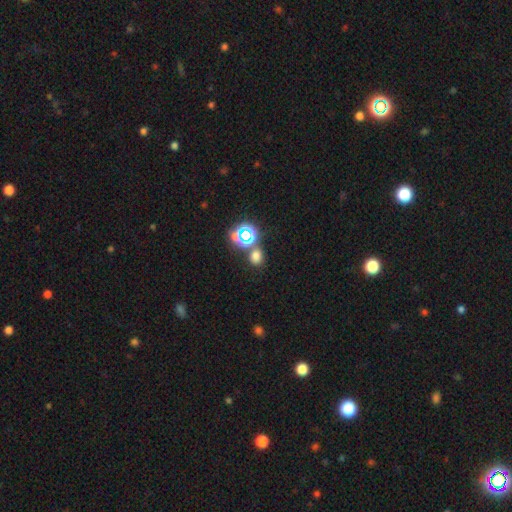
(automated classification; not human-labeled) A smooth galaxy with no disk features (64%) that is round (62%).

Vote fractions:
- Smooth or featured? smooth: 64% / star or artifact: 30% / featured or disk: 6%
- How rounded? round: 62% / in between: 36% / cigar-shaped: 1%
- Merging? none: 73% / merger: 14% / minor disturbance: 9% / major disturbance: 4%